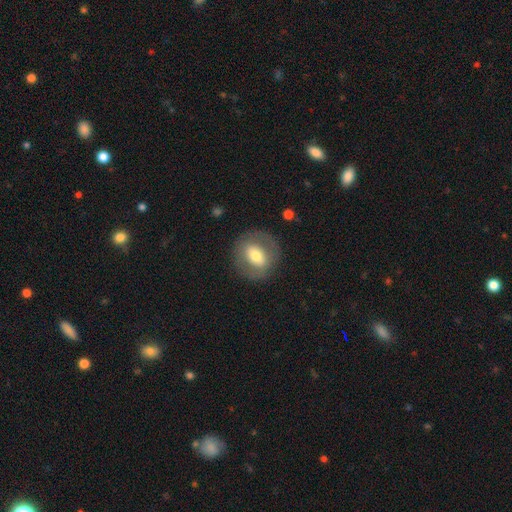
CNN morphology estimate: Smooth or featured?
  - smooth: 53% *
  - featured or disk: 40%
  - star or artifact: 7%
How rounded?
  - round: 68% *
  - in between: 30%
  - cigar-shaped: 1%
Merging?
  - none: 83% *
  - minor disturbance: 10%
  - major disturbance: 6%
  - merger: 1%